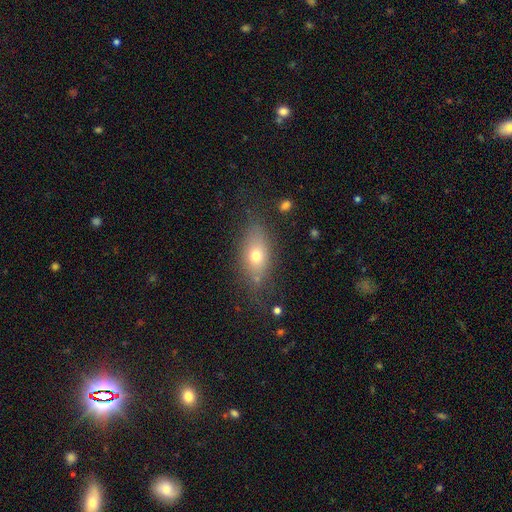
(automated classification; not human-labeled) smooth_or_featured: smooth (p=0.68) [alt: featured or disk p=0.21]
how_rounded: in between (p=0.77) [alt: round p=0.13]
merging: none (p=0.71) [alt: minor disturbance p=0.18]